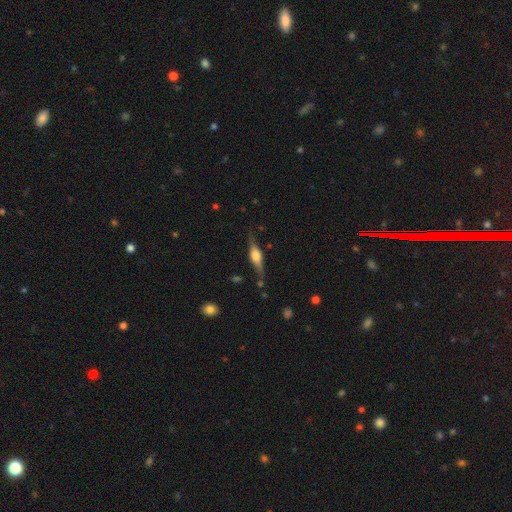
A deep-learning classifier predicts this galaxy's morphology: Overall: featured or disk (73%). Edge-on disk: yes (96%). Edge-on bulge: rounded (85%). Merging: none (78%).